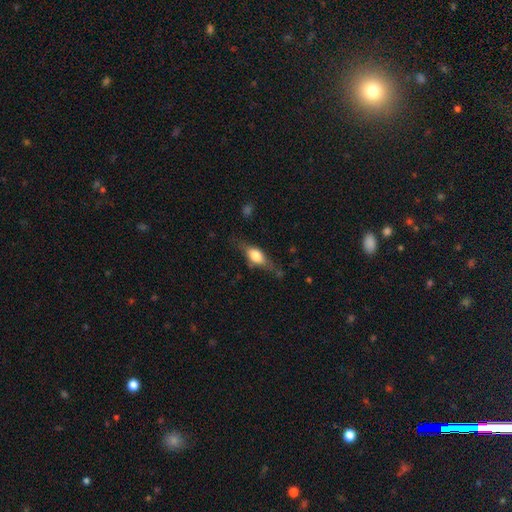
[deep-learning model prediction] The model was most divided on "smooth or featured": smooth: 57%, featured or disk: 36%, star or artifact: 7%. More confident: how rounded — in between (68%); merging — none (65%).